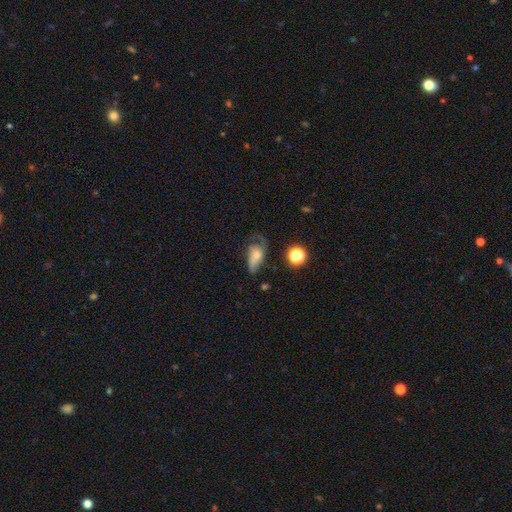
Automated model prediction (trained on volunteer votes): Smooth or featured: smooth — 45% (featured or disk — 44%)
Merging: major disturbance — 42% (none — 28%)